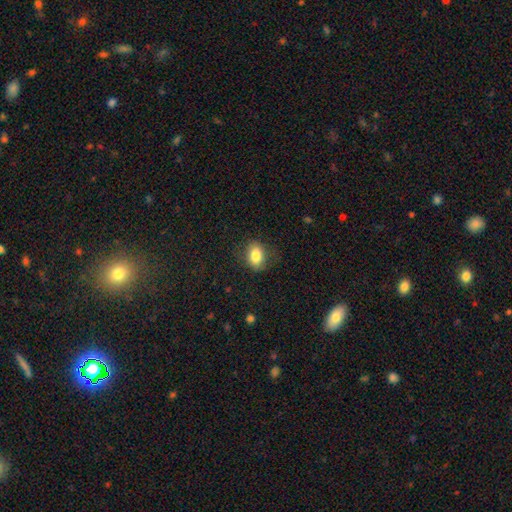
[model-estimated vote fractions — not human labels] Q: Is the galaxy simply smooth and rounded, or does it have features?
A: smooth — 81%.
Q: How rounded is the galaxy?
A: in between — 77%.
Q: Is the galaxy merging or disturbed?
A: none — 76%.